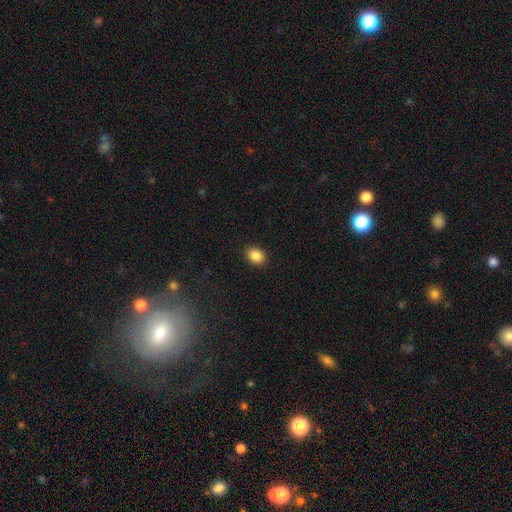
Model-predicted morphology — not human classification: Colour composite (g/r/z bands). It shows a smooth galaxy with no disk features (87%) that is in between round and cigar-shaped (64%). Merging: none (90%).